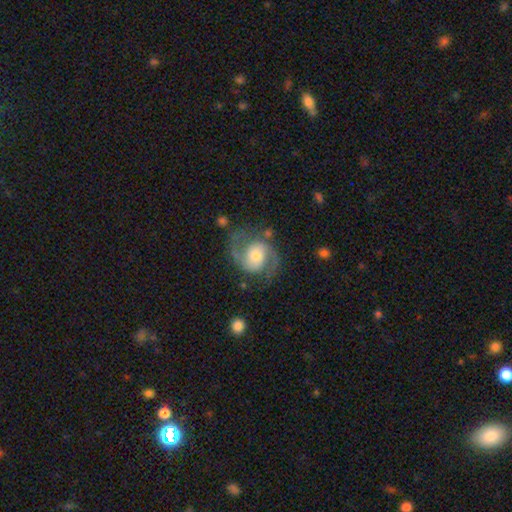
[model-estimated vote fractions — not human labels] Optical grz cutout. It shows a featured or disk galaxy (86%) with no bar (56%), 2 (93%) medium (58%) spiral arms (96%) and a moderate central bulge (61%). Merging: none (72%).